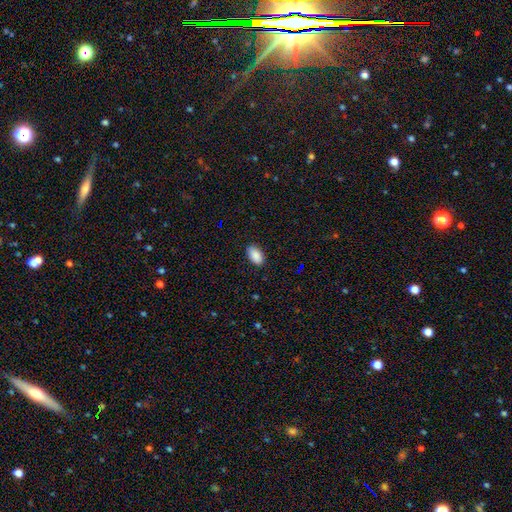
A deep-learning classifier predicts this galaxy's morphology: Smooth or featured? smooth (90%)
How rounded? in between (94%)
Merging? none (88%)